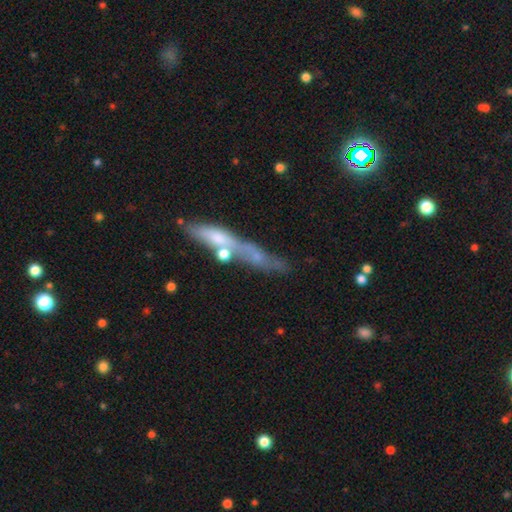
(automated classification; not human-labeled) Smooth or featured? featured or disk (48%)
Merging? none (54%)